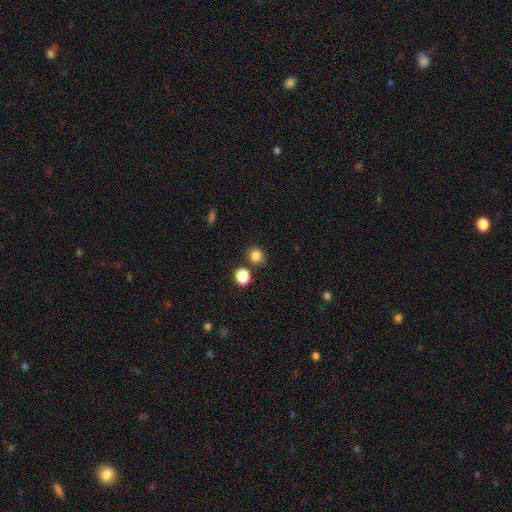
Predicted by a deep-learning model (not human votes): This is clearly a smooth galaxy (83%). How rounded: likely round (77%). Merging: likely none (78%).